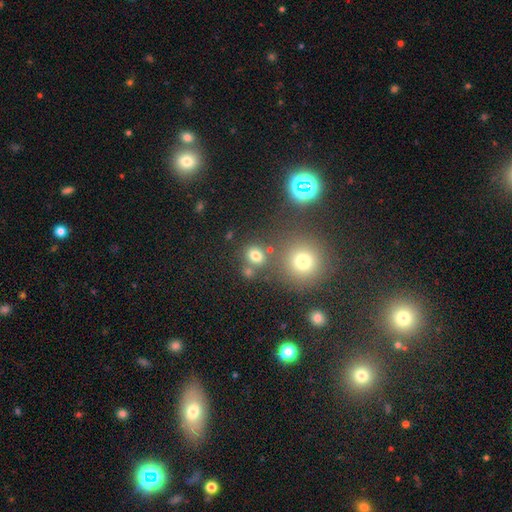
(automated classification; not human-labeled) A smooth galaxy with no disk features (73%) that is round (69%).

Vote fractions:
- Smooth or featured? smooth: 73% / star or artifact: 20% / featured or disk: 8%
- How rounded? round: 69% / in between: 30% / cigar-shaped: 1%
- Merging? none: 68% / merger: 17% / minor disturbance: 10% / major disturbance: 5%